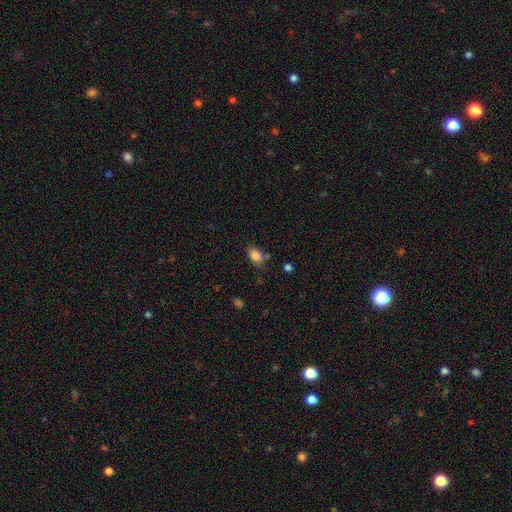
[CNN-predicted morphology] Q: Smooth or featured?
A: smooth (85%); runner-up: star or artifact (10%)
Q: How rounded?
A: in between (85%); runner-up: round (13%)
Q: Merging?
A: none (64%); runner-up: minor disturbance (23%)